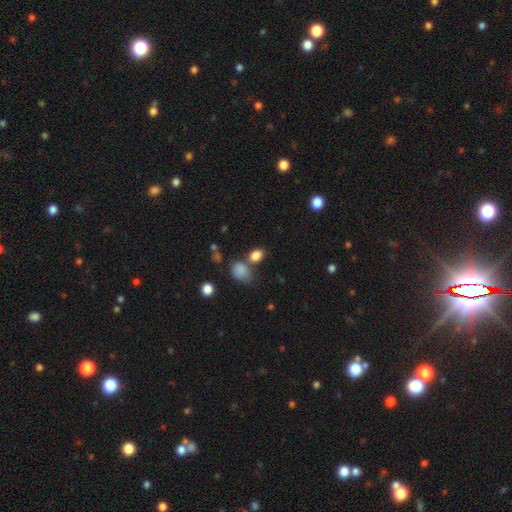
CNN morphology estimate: This appears to be a smooth galaxy with no disk features (83%) that is in between round and cigar-shaped (74%). Merging: none (58%).